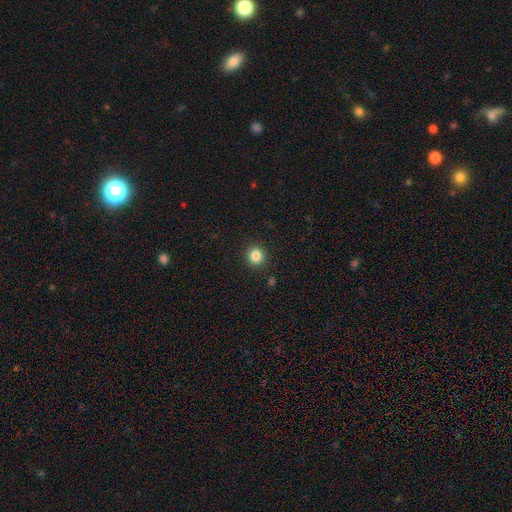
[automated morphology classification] smooth 84%, star or artifact 11%, featured or disk 5%. Down the decision tree: how rounded — round (83%); merging — none (91%).